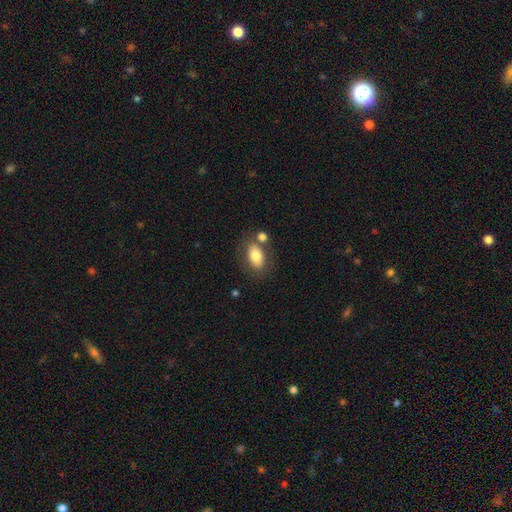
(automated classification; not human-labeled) A smooth galaxy with no disk features (77%) that is in between round and cigar-shaped (88%).

Vote fractions:
- Smooth or featured? smooth: 77% / featured or disk: 16% / star or artifact: 8%
- How rounded? in between: 88% / round: 10% / cigar-shaped: 2%
- Merging? none: 64% / merger: 17% / minor disturbance: 14% / major disturbance: 5%